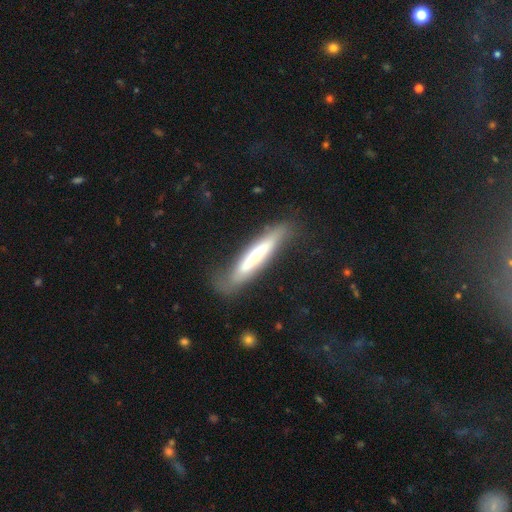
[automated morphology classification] This appears to be a featured or disk galaxy (52%) viewed edge-on (75%). Merging: none (67%).